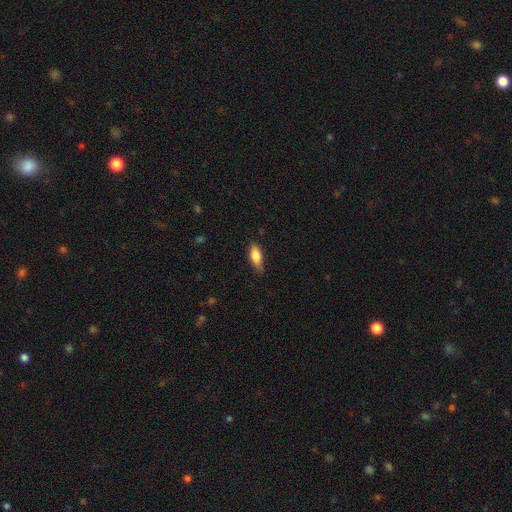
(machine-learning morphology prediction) A smooth galaxy with no disk features (78%) that is in between round and cigar-shaped (80%).

Vote fractions:
- Smooth or featured? smooth: 78% / featured or disk: 15% / star or artifact: 6%
- How rounded? in between: 80% / cigar-shaped: 17% / round: 3%
- Merging? none: 76% / minor disturbance: 20% / major disturbance: 3% / merger: 1%